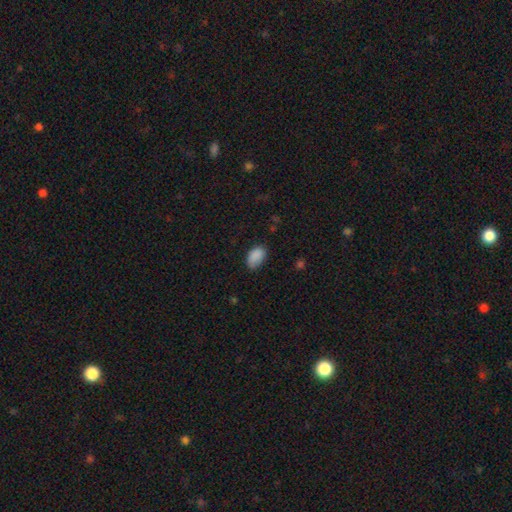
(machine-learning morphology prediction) A smooth galaxy with no disk features (88%) that is in between round and cigar-shaped (92%). Merging: none (71%).